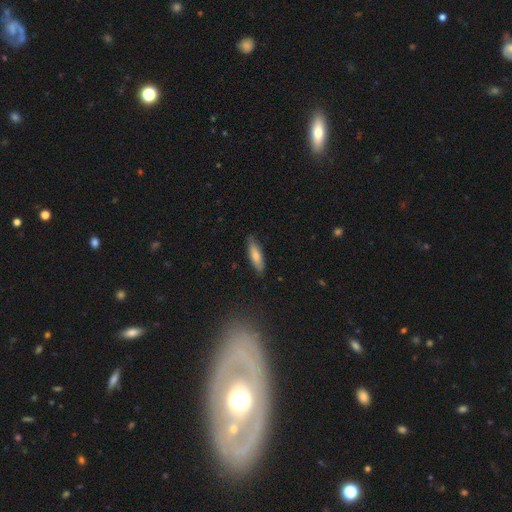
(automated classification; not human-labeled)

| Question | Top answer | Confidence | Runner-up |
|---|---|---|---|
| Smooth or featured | smooth | 77% | featured or disk (17%) |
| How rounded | cigar-shaped | 63% | in between (35%) |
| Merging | none | 85% | minor disturbance (12%) |